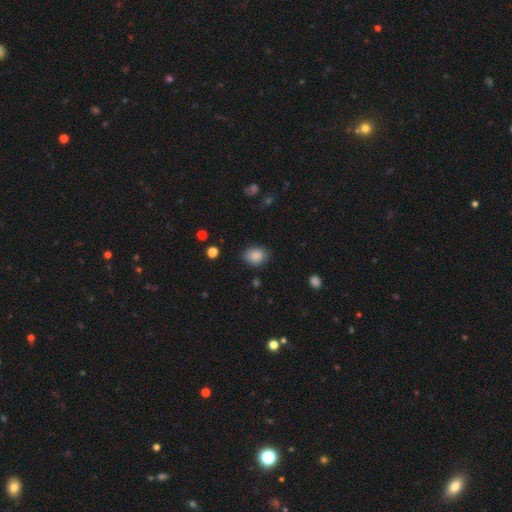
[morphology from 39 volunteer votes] smooth 95%, featured or disk 3%, star or artifact 3%. Down the decision tree: how rounded — in between (59%); merging — none (76%).